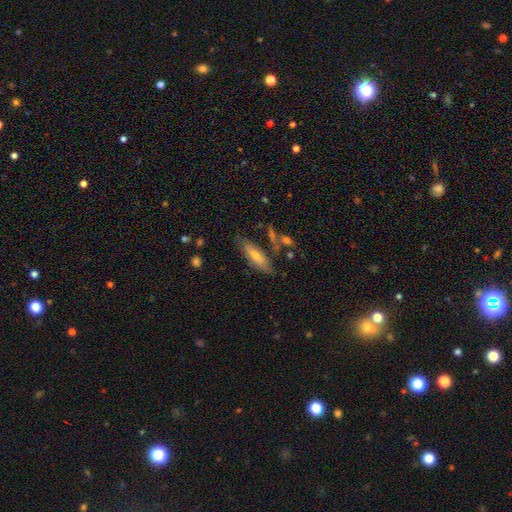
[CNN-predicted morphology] Smooth or featured?
  - smooth: 50% *
  - featured or disk: 42%
  - star or artifact: 8%
Merging?
  - none: 70% *
  - minor disturbance: 18%
  - merger: 7%
  - major disturbance: 6%